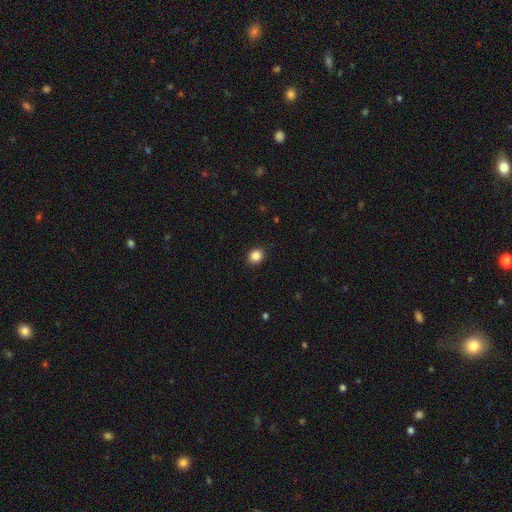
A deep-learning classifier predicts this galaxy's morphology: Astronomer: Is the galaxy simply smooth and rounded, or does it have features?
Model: smooth — 86%.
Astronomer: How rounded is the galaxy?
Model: round — 78%.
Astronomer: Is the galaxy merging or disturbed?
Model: none — 89%.